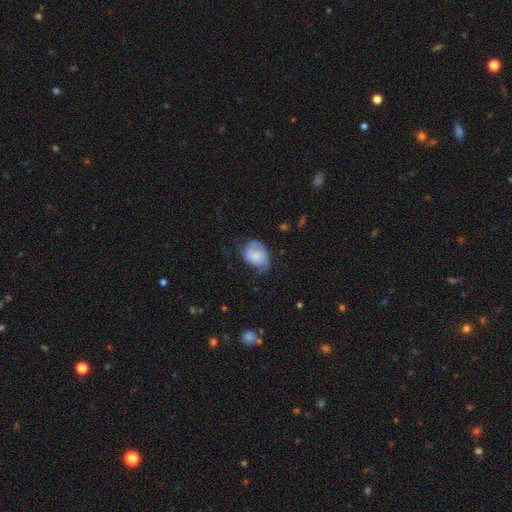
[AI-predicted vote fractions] This is possibly a featured or disk galaxy (46%, tied with smooth). Merging: possibly none (48%).